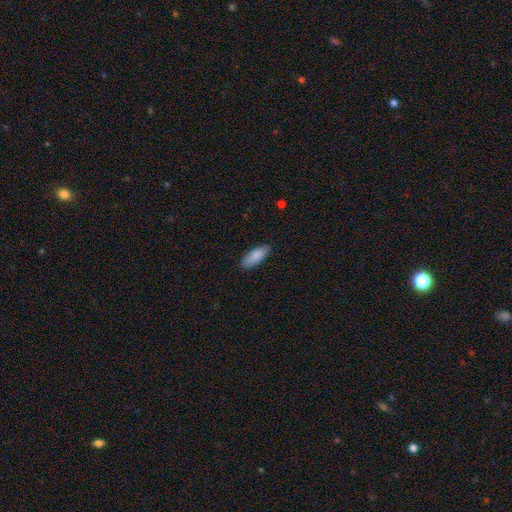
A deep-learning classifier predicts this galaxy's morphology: Smooth or featured: smooth — 86% (featured or disk — 8%)
How rounded: in between — 70% (cigar-shaped — 28%)
Merging: none — 85% (minor disturbance — 12%)